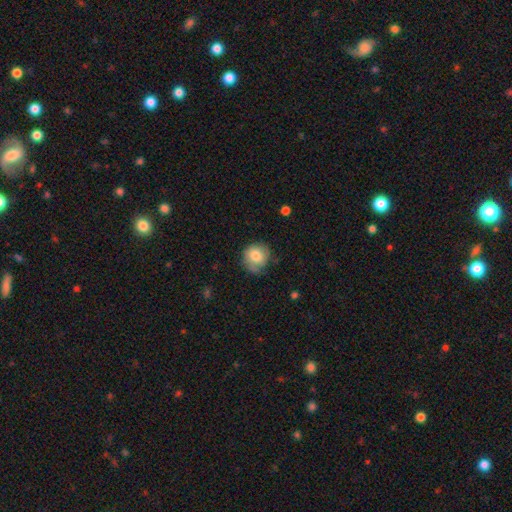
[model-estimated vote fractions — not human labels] Smooth or featured? Predicted: smooth (p=0.76). How rounded? Predicted: round (p=0.87). Merging? Predicted: none (p=0.63).